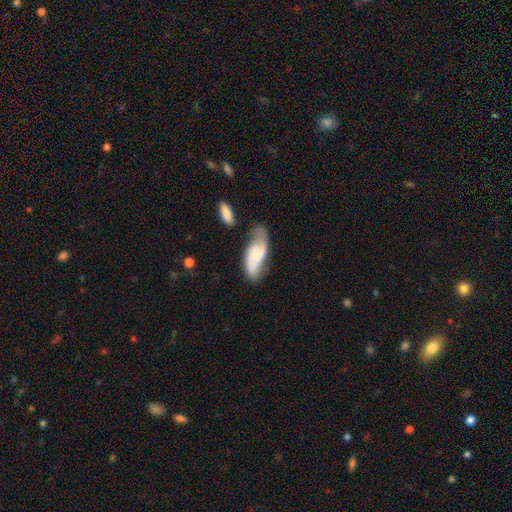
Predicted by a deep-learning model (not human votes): A featured or disk galaxy (47%).

Vote fractions:
- Smooth or featured? featured or disk: 47% / smooth: 46% / star or artifact: 7%
- Merging? none: 44% / minor disturbance: 30% / major disturbance: 15% / merger: 11%